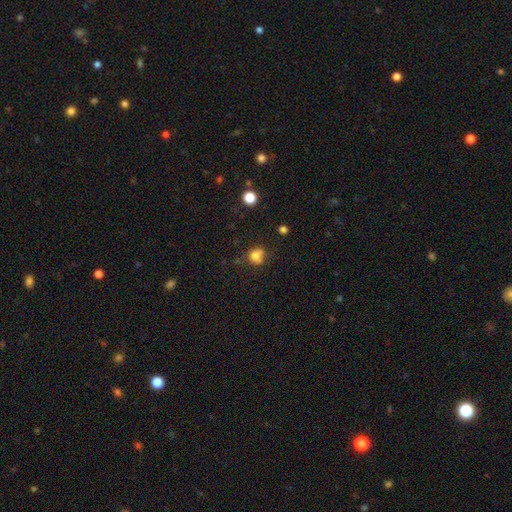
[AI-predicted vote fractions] A smooth galaxy with no disk features (78%) that is round (72%).

Vote fractions:
- Smooth or featured? smooth: 78% / star or artifact: 13% / featured or disk: 9%
- How rounded? round: 72% / in between: 27% / cigar-shaped: 1%
- Merging? none: 54% / minor disturbance: 25% / merger: 12% / major disturbance: 8%